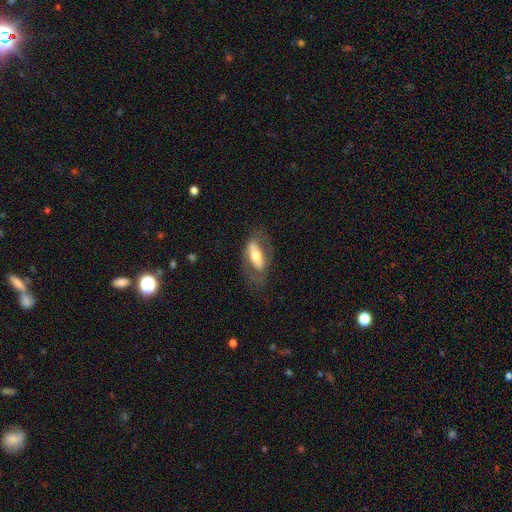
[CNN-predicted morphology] Smooth or featured? Predicted: featured or disk (p=0.50). Merging? Predicted: none (p=0.64).